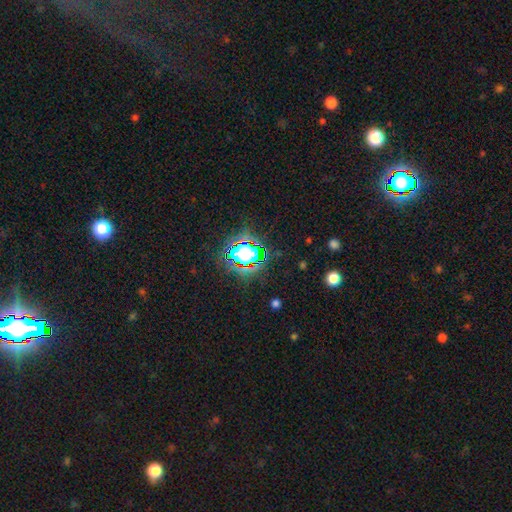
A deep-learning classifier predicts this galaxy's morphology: Q: Smooth or featured?
A: star or artifact (77%); runner-up: smooth (14%)